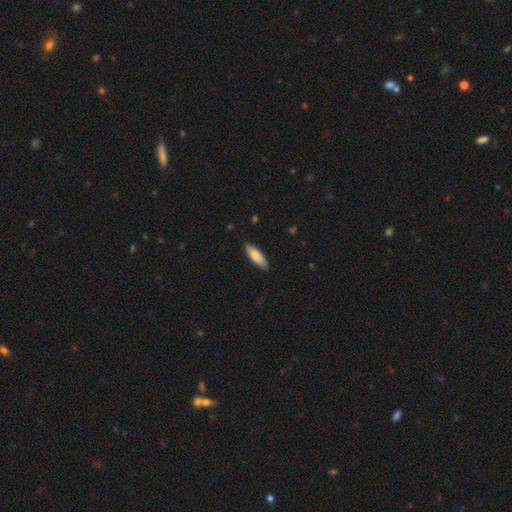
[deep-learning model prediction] smooth 78%, featured or disk 17%, star or artifact 5%. Down the decision tree: how rounded — cigar-shaped (52%); merging — none (88%).